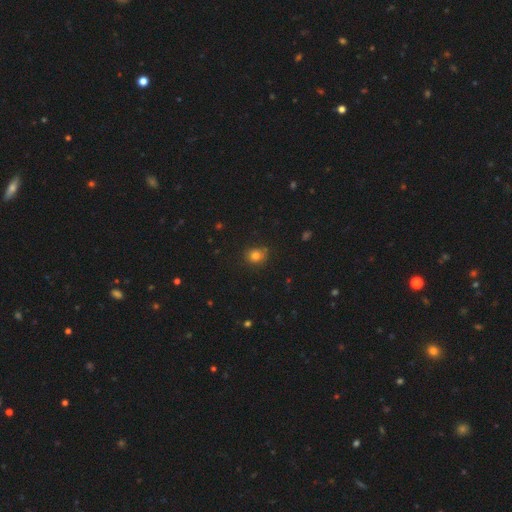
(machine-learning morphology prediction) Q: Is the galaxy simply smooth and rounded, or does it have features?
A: smooth — 79%.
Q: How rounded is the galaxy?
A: round — 76%.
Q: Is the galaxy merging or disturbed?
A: none — 79%.